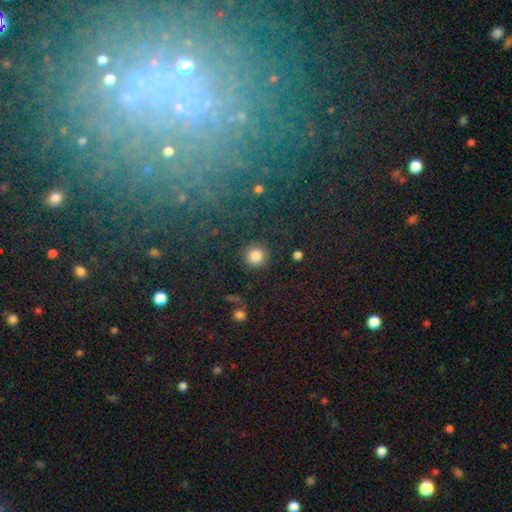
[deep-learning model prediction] This is clearly a smooth galaxy (84%). How rounded: clearly round (94%). Merging: clearly none (87%).